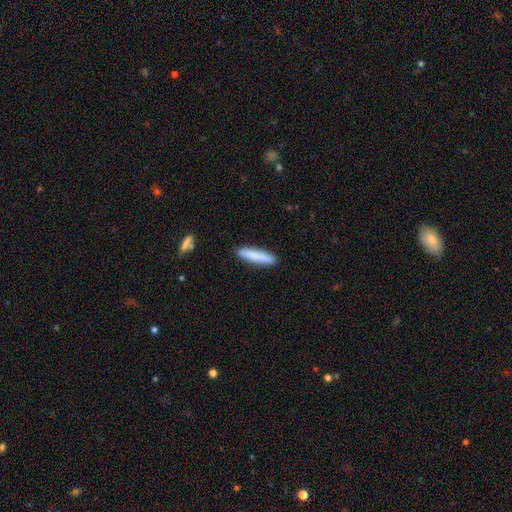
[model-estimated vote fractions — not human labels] This appears to be a smooth galaxy with no disk features (84%) that is cigar-shaped (87%). Merging: none (90%).